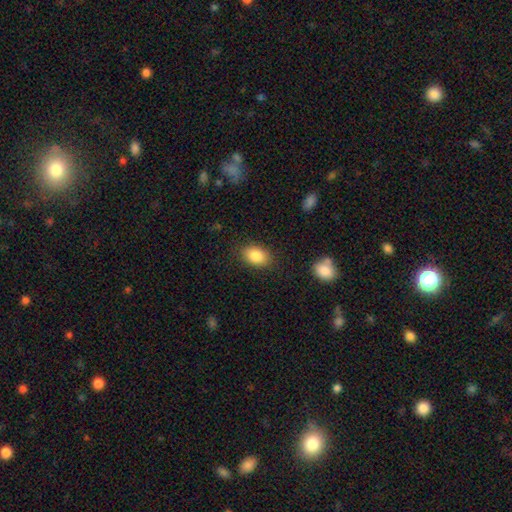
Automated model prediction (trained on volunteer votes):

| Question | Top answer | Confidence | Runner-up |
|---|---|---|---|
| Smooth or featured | smooth | 86% | star or artifact (8%) |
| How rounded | in between | 83% | round (16%) |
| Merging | none | 85% | minor disturbance (11%) |